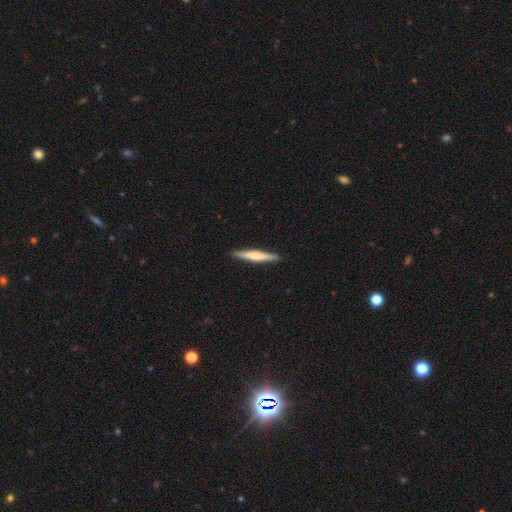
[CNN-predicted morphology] This appears to be a smooth galaxy with no disk features (49%). Merging: none (92%).